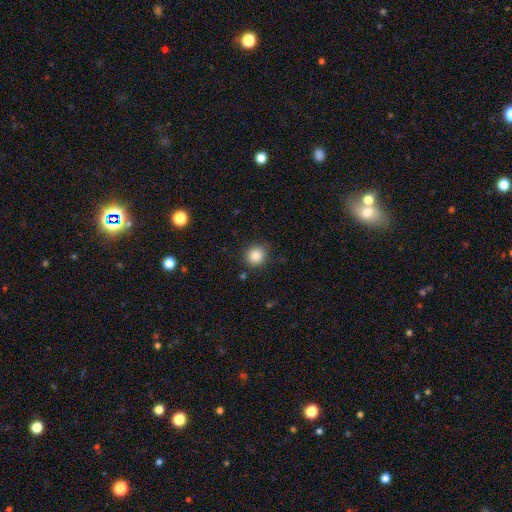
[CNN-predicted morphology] A smooth galaxy with no disk features (87%) that is round (87%). Merging: none (86%).